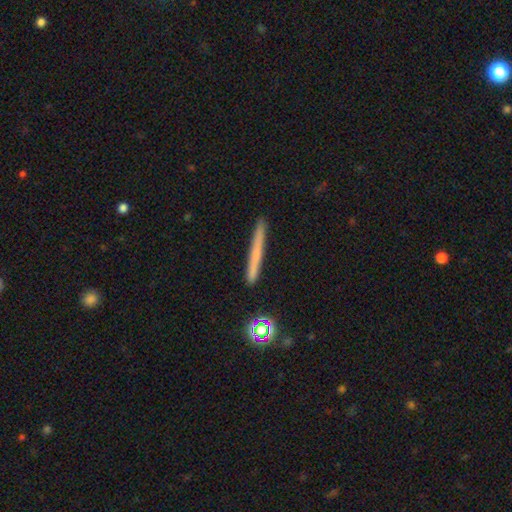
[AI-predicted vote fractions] Smooth or featured?
  - smooth: 54% *
  - featured or disk: 37%
  - star or artifact: 9%
How rounded?
  - cigar-shaped: 96% *
  - in between: 2%
  - round: 2%
Merging?
  - none: 91% *
  - minor disturbance: 6%
  - merger: 2%
  - major disturbance: 1%